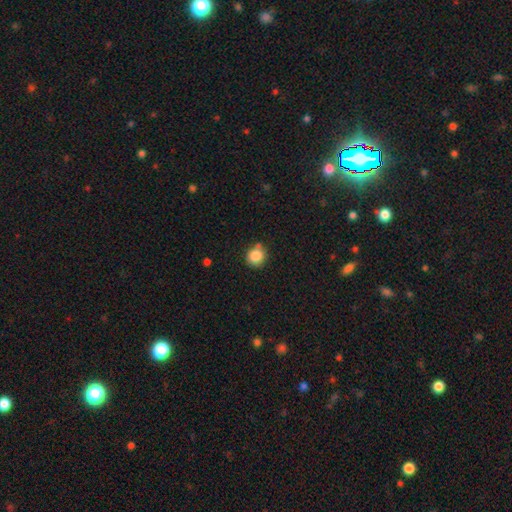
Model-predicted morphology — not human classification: Q: Smooth or featured?
A: smooth (86%); runner-up: star or artifact (10%)
Q: How rounded?
A: round (86%); runner-up: in between (13%)
Q: Merging?
A: none (73%); runner-up: minor disturbance (17%)